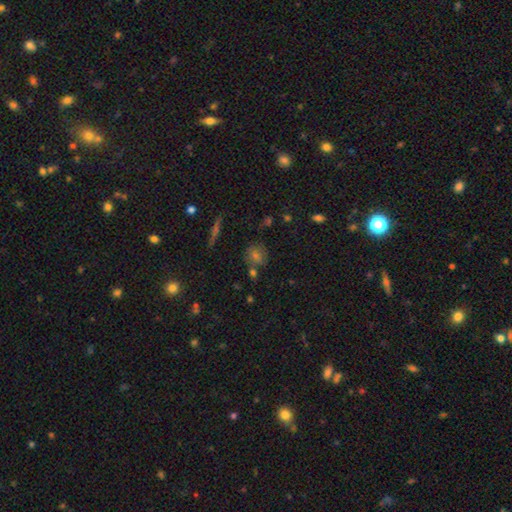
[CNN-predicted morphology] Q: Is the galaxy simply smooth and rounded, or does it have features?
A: smooth — 55%.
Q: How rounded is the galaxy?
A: round — 77%.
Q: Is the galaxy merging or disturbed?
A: none — 76%.